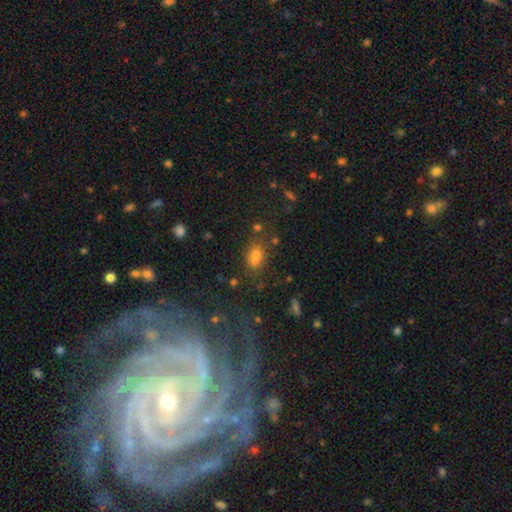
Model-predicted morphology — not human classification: Smooth or featured? Predicted: smooth (p=0.64). How rounded? Predicted: in between (p=0.57). Merging? Predicted: none (p=0.55).